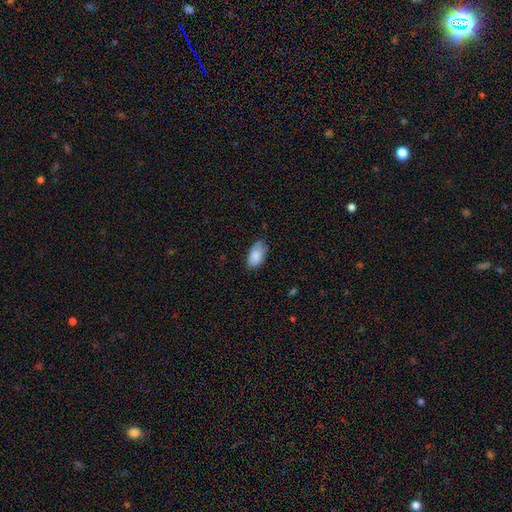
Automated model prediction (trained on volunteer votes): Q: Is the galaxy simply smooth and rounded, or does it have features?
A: smooth — 85%.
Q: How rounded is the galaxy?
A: in between — 94%.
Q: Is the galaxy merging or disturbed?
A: none — 69%.